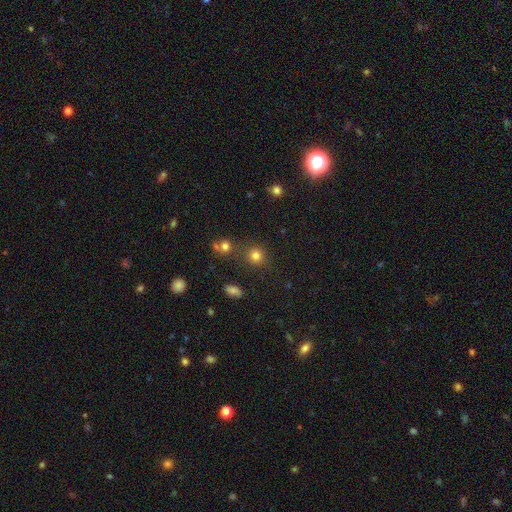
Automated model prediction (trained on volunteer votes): smooth-or-featured: smooth: 78% | star or artifact: 15% | featured or disk: 6%
  how-rounded: round: 90% | in between: 9% | cigar-shaped: 1%
  merging: none: 79% | minor disturbance: 9% | merger: 8% | major disturbance: 3%